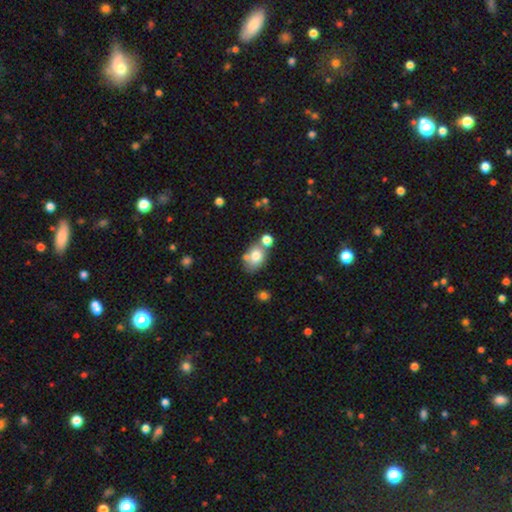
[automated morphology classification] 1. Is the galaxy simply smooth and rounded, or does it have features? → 74% smooth, 16% featured or disk, 10% star or artifact.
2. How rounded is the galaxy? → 67% in between, 32% round, 1% cigar-shaped.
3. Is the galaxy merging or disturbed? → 51% none, 27% merger, 16% minor disturbance, 6% major disturbance.